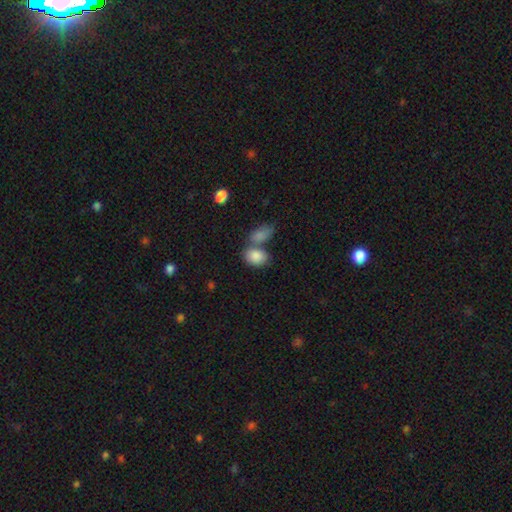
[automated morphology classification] This appears to be a smooth galaxy with no disk features (87%) that is in between round and cigar-shaped (79%). Merging: none (43%).